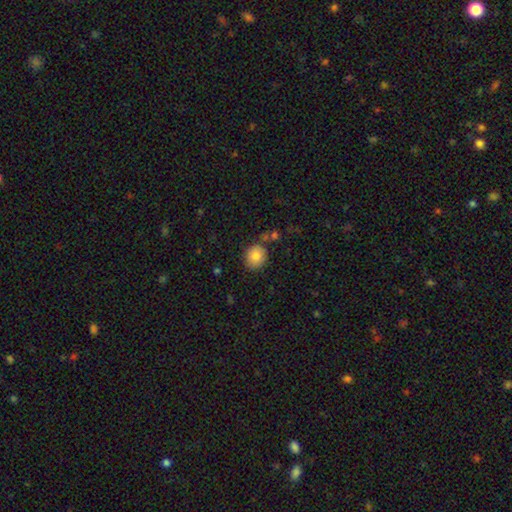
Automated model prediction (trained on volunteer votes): Morphology: type=smooth (85%); roundness=round (73%); merging=none (81%).